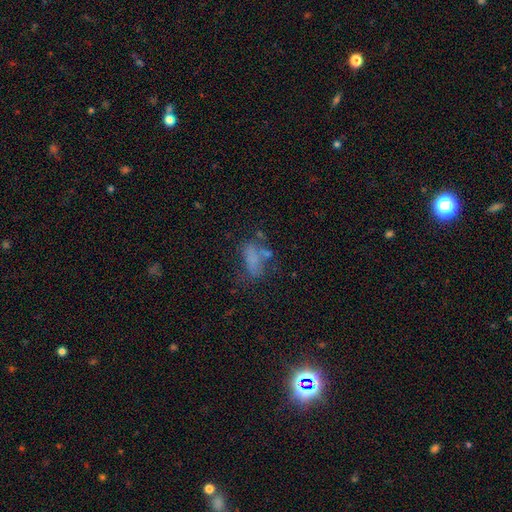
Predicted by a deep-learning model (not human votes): smooth 53%, featured or disk 30%, star or artifact 18%. Down the decision tree: how rounded — in between (81%); merging — none (36%).